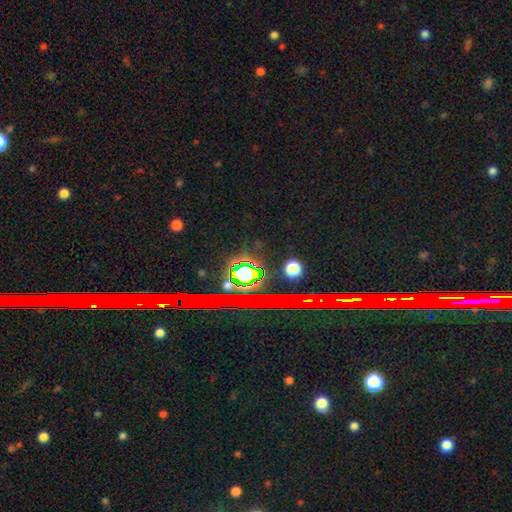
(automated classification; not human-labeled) The model was most divided on "smooth or featured": star or artifact: 81%, smooth: 10%, featured or disk: 9%.